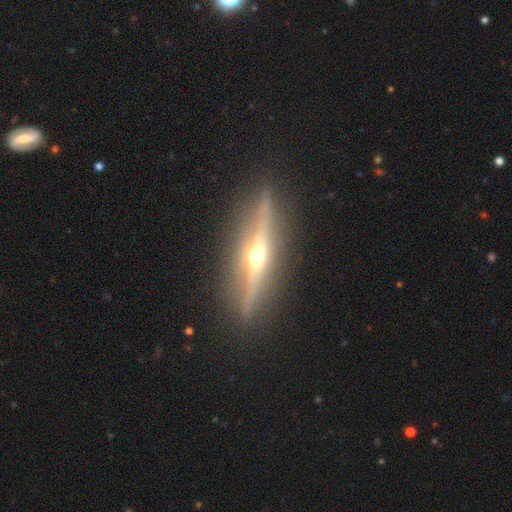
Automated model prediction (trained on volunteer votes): A featured or disk galaxy (77%) viewed edge-on (94%) with a rounded central bulge (94%).

Vote fractions:
- Smooth or featured? featured or disk: 77% / smooth: 16% / star or artifact: 7%
- Edge-on disk? yes: 94% / no: 6%
- Edge-on bulge? rounded: 94% / none: 3% / boxy: 3%
- Merging? none: 88% / minor disturbance: 8% / major disturbance: 3% / merger: 1%